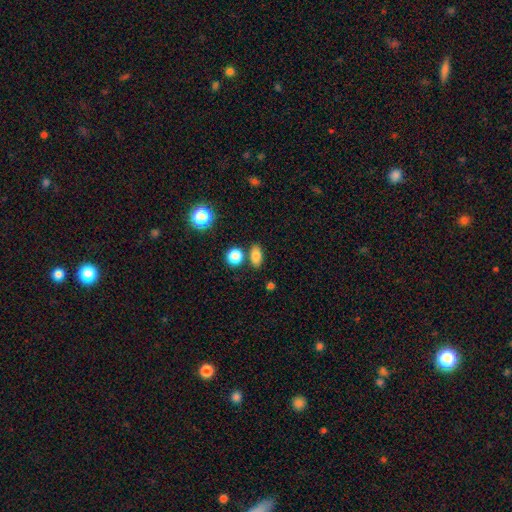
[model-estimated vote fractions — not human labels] Smooth or featured? Predicted: smooth (p=0.81). How rounded? Predicted: in between (p=0.75). Merging? Predicted: none (p=0.75).